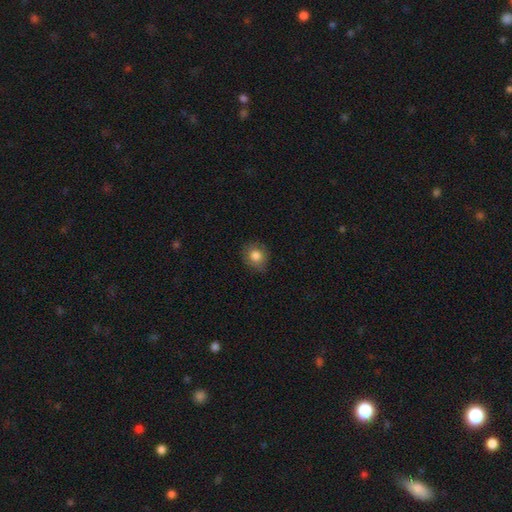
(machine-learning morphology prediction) The model was most divided on "how rounded": round: 73%, in between: 26%, cigar-shaped: 1%. More confident: smooth or featured — smooth (82%); merging — none (79%).